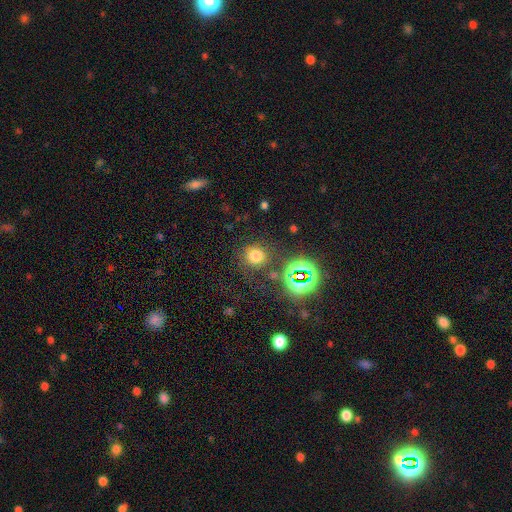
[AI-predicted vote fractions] Smooth or featured? smooth (68%)
How rounded? round (90%)
Merging? none (77%)